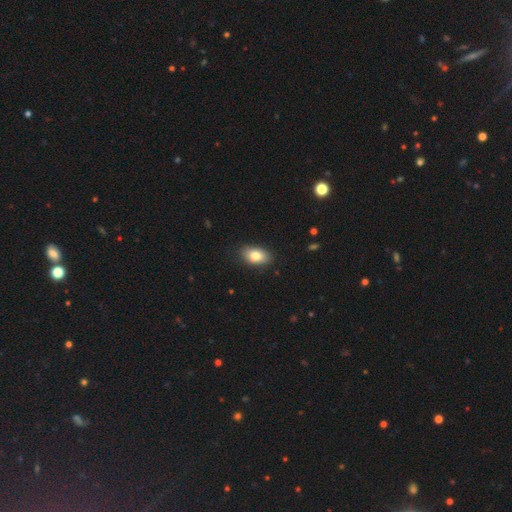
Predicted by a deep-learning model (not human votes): Overall: smooth (82%). How rounded: in between (90%). Merging: none (85%).